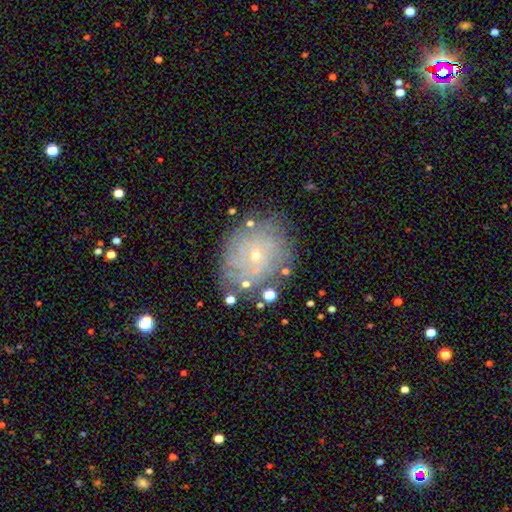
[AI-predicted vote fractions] featured or disk 73%, smooth 16%, star or artifact 11%. Down the decision tree: edge-on disk — no (97%); bar — no (79%); spiral arms — yes (89%); spiral arm count — can't tell (45%); spiral winding — tight (73%); bulge size — small (81%); merging — none (75%).